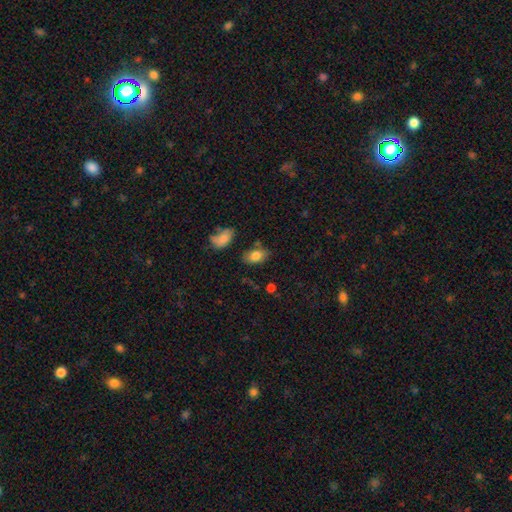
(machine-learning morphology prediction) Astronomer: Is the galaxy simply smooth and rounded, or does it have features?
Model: smooth — 82%.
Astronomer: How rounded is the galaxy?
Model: in between — 89%.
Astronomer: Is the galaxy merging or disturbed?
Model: none — 74%.